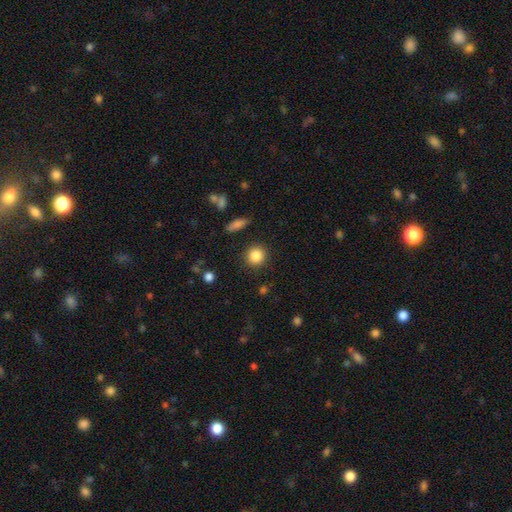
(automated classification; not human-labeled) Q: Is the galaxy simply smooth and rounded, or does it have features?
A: smooth — 85%.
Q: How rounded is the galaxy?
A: round — 90%.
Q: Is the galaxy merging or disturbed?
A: none — 90%.